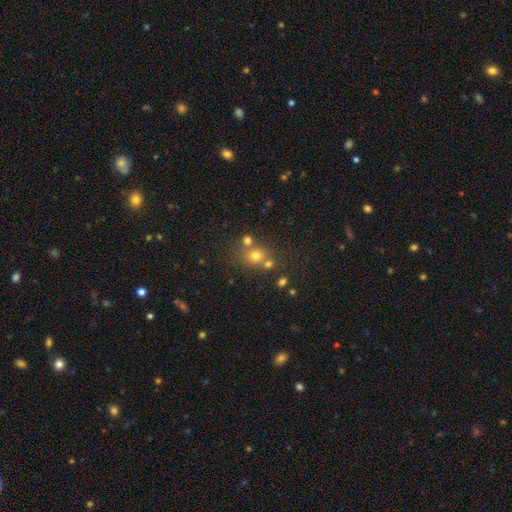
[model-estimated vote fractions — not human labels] smooth-or-featured: smooth: 65% | star or artifact: 23% | featured or disk: 13%
  how-rounded: round: 79% | in between: 20% | cigar-shaped: 1%
  merging: none: 60% | merger: 26% | minor disturbance: 10% | major disturbance: 4%